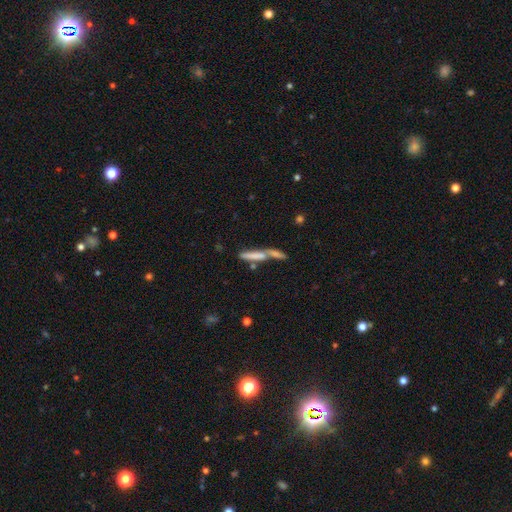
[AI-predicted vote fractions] smooth_or_featured: smooth (p=0.64) [alt: featured or disk p=0.28]
how_rounded: cigar-shaped (p=0.85) [alt: in between p=0.12]
merging: merger (p=0.51) [alt: none p=0.35]